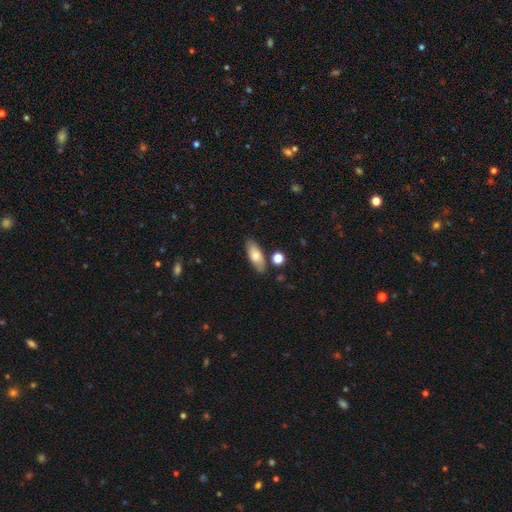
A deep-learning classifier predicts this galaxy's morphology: Smooth or featured: smooth — 72% (featured or disk — 21%)
How rounded: in between — 76% (cigar-shaped — 21%)
Merging: none — 80% (minor disturbance — 12%)